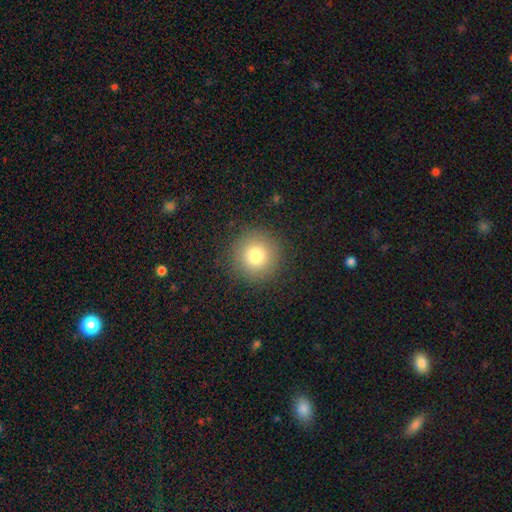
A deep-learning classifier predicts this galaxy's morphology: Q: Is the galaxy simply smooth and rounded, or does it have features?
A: smooth — 79%.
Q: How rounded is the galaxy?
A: round — 96%.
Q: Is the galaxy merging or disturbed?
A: none — 90%.